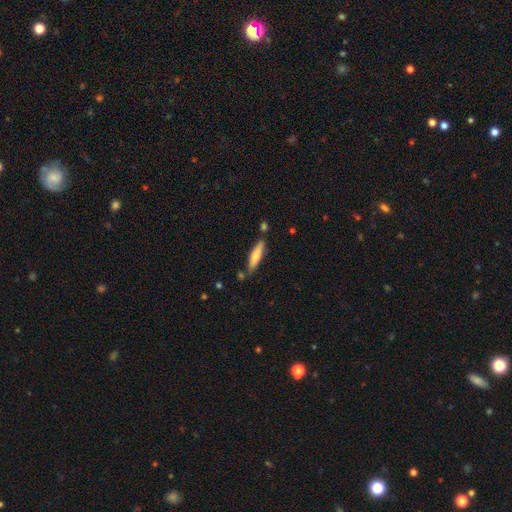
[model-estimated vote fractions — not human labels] A smooth galaxy with no disk features (68%) that is cigar-shaped (78%). Merging: none (77%).